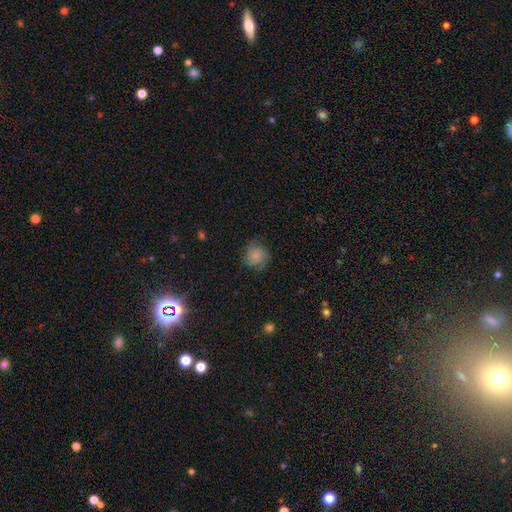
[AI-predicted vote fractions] The model was most divided on "smooth or featured": smooth: 62%, featured or disk: 29%, star or artifact: 9%. More confident: how rounded — round (85%); merging — none (70%).